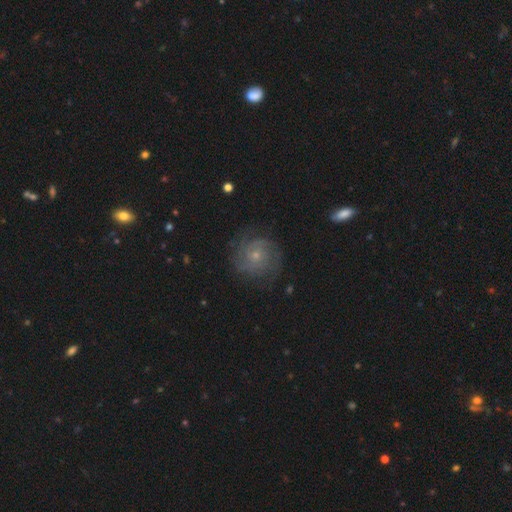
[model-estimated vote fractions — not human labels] A featured or disk galaxy (64%) with no bar (80%), tight (55%) spiral arms (87%) and a small central bulge (70%).

Vote fractions:
- Smooth or featured? featured or disk: 64% / smooth: 25% / star or artifact: 10%
- Edge-on disk? no: 97% / yes: 3%
- Bar? no: 80% / weak: 17% / strong: 3%
- Spiral arms? yes: 87% / no: 13%
- Spiral winding? tight: 55% / medium: 33% / loose: 12%
- Spiral arm count? can't tell: 40% / 2: 23% / 3: 17% / 4: 9% / 1: 6% / more than 4: 6%
- Bulge size? small: 70% / moderate: 24% / none: 4% / large: 2% / dominant: 1%
- Merging? none: 74% / minor disturbance: 16% / major disturbance: 8% / merger: 1%